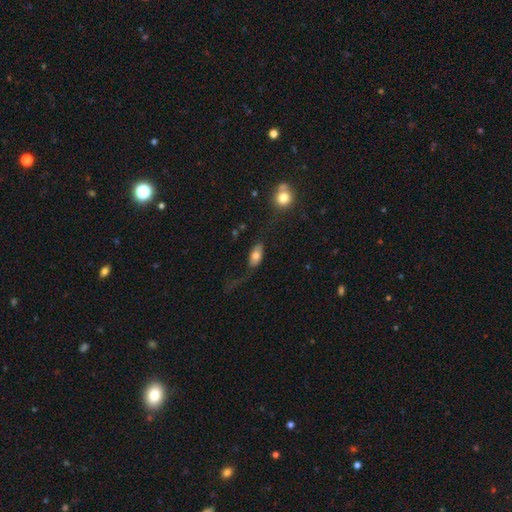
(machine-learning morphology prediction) type=smooth (68%); roundness=in between (89%); merging=none (47%).